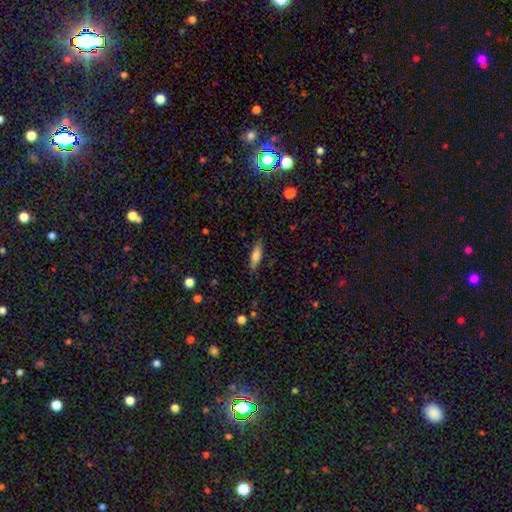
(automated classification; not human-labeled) Q: Smooth or featured?
A: smooth (70%); runner-up: featured or disk (23%)
Q: How rounded?
A: cigar-shaped (64%); runner-up: in between (34%)
Q: Merging?
A: none (86%); runner-up: minor disturbance (10%)